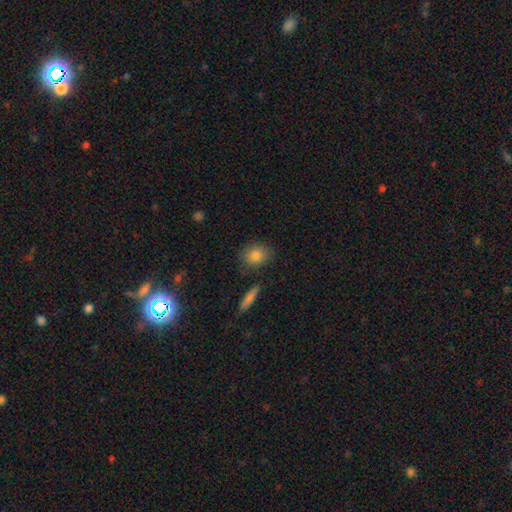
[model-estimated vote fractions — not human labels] A smooth galaxy with no disk features (81%) that is round (58%).

Vote fractions:
- Smooth or featured? smooth: 81% / featured or disk: 10% / star or artifact: 9%
- How rounded? round: 58% / in between: 40% / cigar-shaped: 2%
- Merging? none: 83% / minor disturbance: 11% / merger: 3% / major disturbance: 3%